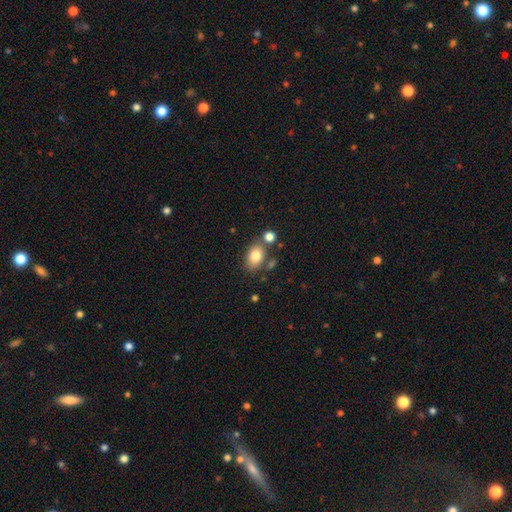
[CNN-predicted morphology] type=smooth (81%); roundness=in between (79%); merging=none (68%).